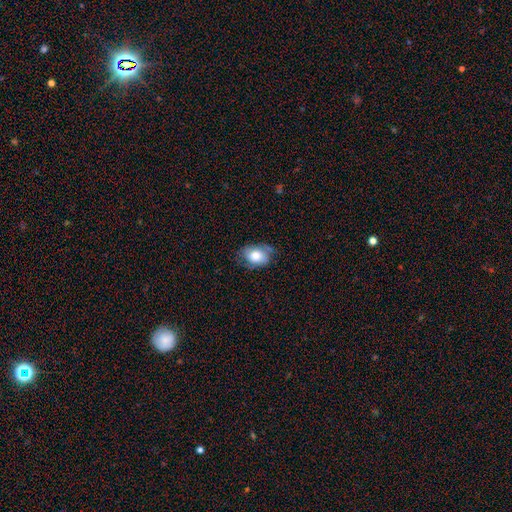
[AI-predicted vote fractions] A smooth galaxy with no disk features (68%) that is in between round and cigar-shaped (80%). Merging: none (59%).